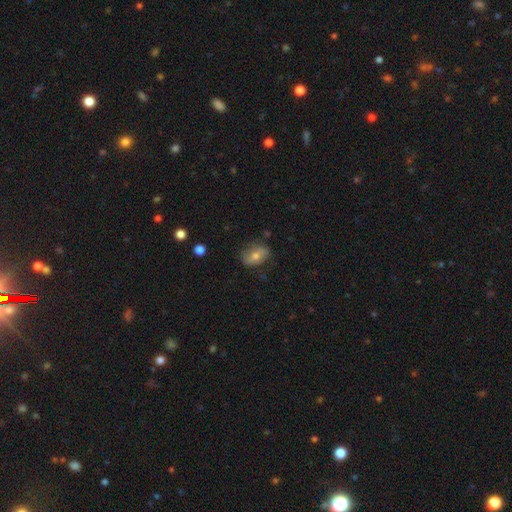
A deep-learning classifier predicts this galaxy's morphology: A smooth galaxy with no disk features (63%) that is in between round and cigar-shaped (79%).

Vote fractions:
- Smooth or featured? smooth: 63% / featured or disk: 29% / star or artifact: 9%
- How rounded? in between: 79% / round: 19% / cigar-shaped: 2%
- Merging? none: 75% / minor disturbance: 19% / major disturbance: 5% / merger: 2%